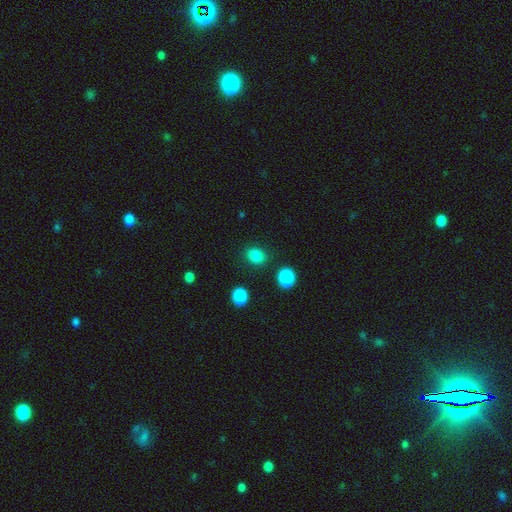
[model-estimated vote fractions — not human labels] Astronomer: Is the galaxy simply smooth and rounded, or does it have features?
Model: smooth — 84%.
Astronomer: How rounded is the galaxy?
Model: round — 54% (runner-up: in between, 45%).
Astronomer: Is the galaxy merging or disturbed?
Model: none — 84%.